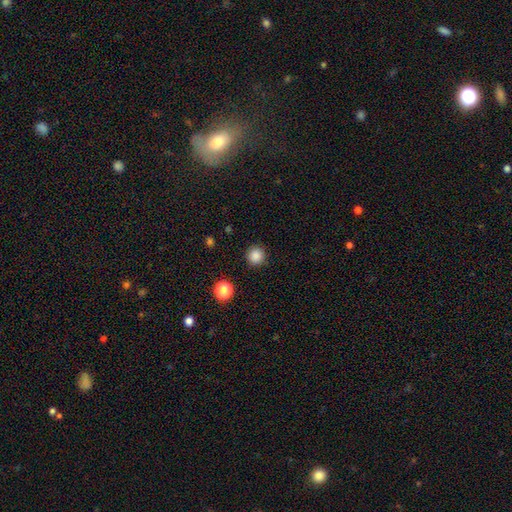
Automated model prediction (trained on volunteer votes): This appears to be a smooth galaxy with no disk features (86%) that is round (95%). Merging: none (91%).